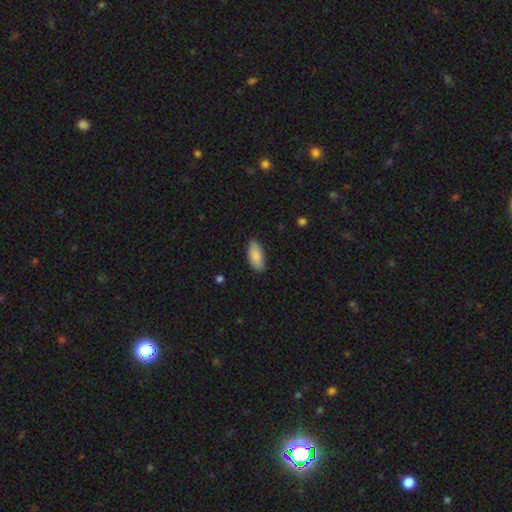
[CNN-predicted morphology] A smooth galaxy with no disk features (87%) that is in between round and cigar-shaped (91%).

Vote fractions:
- Smooth or featured? smooth: 87% / featured or disk: 7% / star or artifact: 6%
- How rounded? in between: 91% / cigar-shaped: 7% / round: 2%
- Merging? none: 84% / minor disturbance: 13% / major disturbance: 2% / merger: 1%